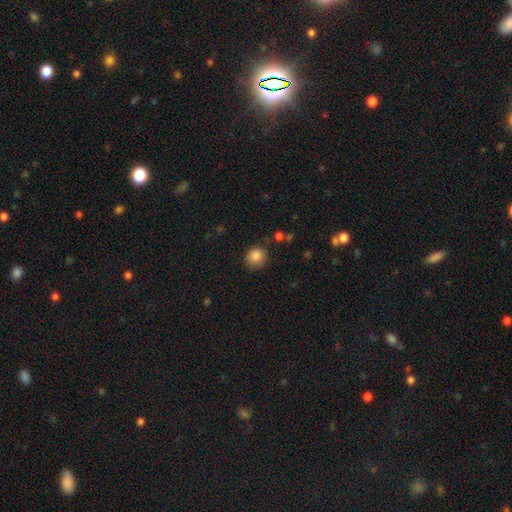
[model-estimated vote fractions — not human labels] smooth-or-featured: smooth: 86% | star or artifact: 9% | featured or disk: 4%
  how-rounded: round: 86% | in between: 13% | cigar-shaped: 1%
  merging: none: 81% | minor disturbance: 14% | major disturbance: 3% | merger: 2%